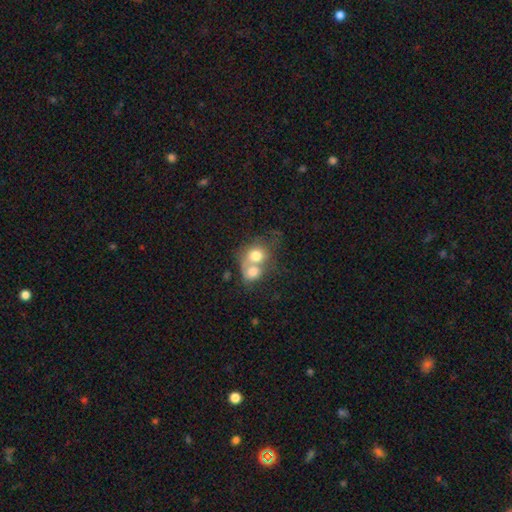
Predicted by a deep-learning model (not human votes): A smooth galaxy with no disk features (72%) that is round (64%).

Vote fractions:
- Smooth or featured? smooth: 72% / featured or disk: 19% / star or artifact: 9%
- How rounded? round: 64% / in between: 35% / cigar-shaped: 1%
- Merging? merger: 71% / none: 18% / minor disturbance: 6% / major disturbance: 5%